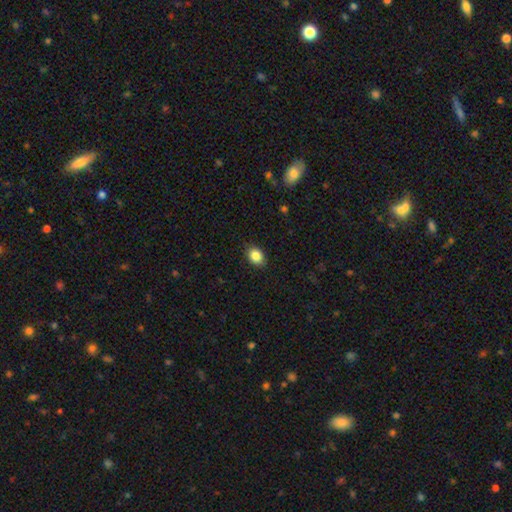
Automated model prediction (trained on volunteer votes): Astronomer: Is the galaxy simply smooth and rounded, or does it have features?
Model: smooth — 86%.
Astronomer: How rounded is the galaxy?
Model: in between — 65%.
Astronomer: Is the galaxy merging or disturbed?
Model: none — 86%.